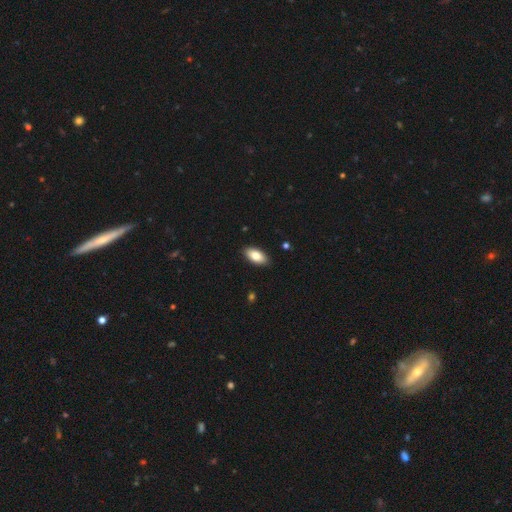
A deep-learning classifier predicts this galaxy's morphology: Q: Smooth or featured?
A: smooth (83%); runner-up: featured or disk (11%)
Q: How rounded?
A: in between (92%); runner-up: cigar-shaped (6%)
Q: Merging?
A: none (89%); runner-up: minor disturbance (8%)